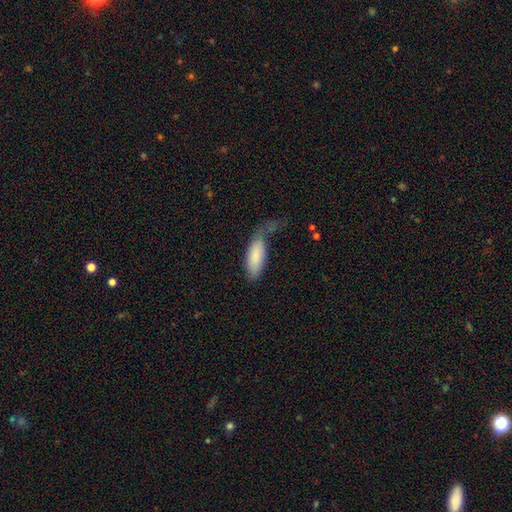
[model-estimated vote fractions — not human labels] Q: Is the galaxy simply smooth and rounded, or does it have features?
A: smooth — 83%.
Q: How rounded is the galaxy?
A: in between — 74%.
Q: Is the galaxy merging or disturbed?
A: major disturbance — 34%.